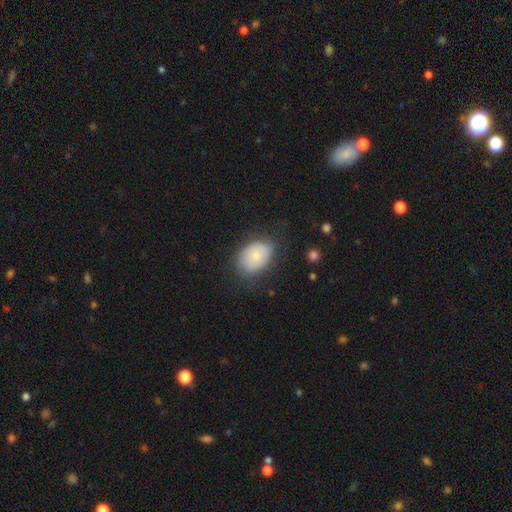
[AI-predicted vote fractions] Smooth or featured: smooth — 73% (featured or disk — 20%)
How rounded: in between — 80% (round — 19%)
Merging: none — 69% (minor disturbance — 22%)